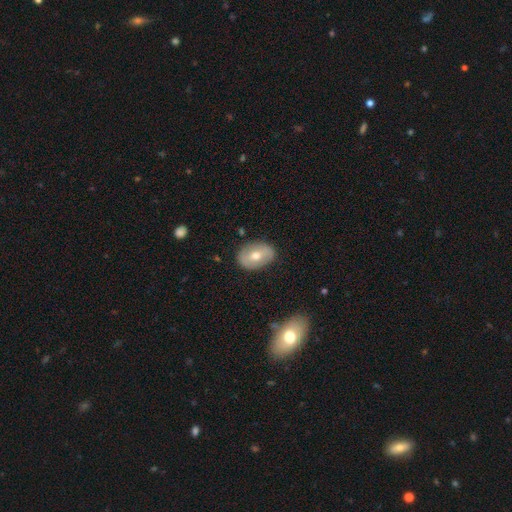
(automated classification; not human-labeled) Smooth or featured?
  - smooth: 57% *
  - featured or disk: 36%
  - star or artifact: 7%
How rounded?
  - in between: 79% *
  - round: 19%
  - cigar-shaped: 1%
Merging?
  - none: 83% *
  - minor disturbance: 13%
  - major disturbance: 3%
  - merger: 1%